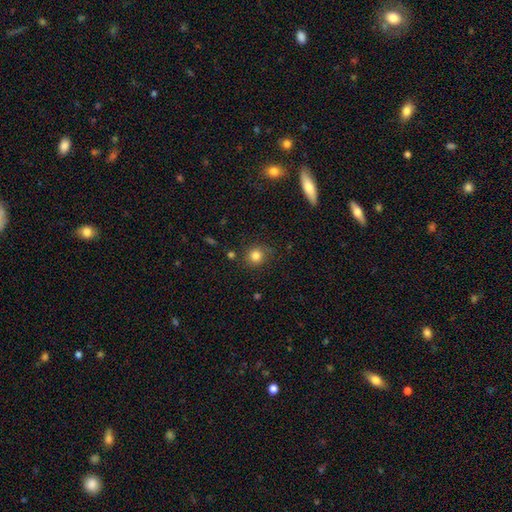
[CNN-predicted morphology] Q: Smooth or featured?
A: smooth (82%); runner-up: star or artifact (12%)
Q: How rounded?
A: round (87%); runner-up: in between (12%)
Q: Merging?
A: none (82%); runner-up: minor disturbance (11%)